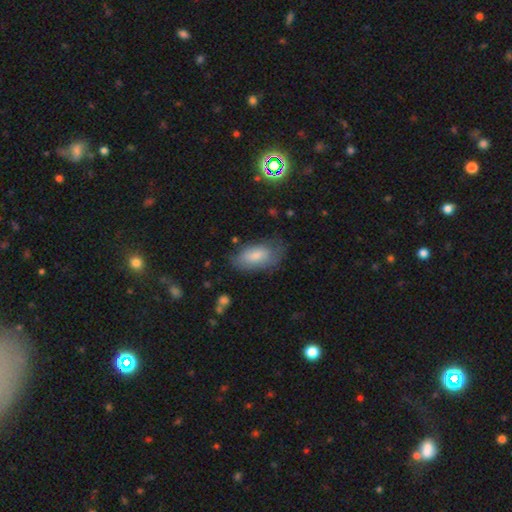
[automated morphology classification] Smooth or featured?
  - smooth: 74% *
  - featured or disk: 19%
  - star or artifact: 7%
How rounded?
  - in between: 92% *
  - cigar-shaped: 5%
  - round: 3%
Merging?
  - none: 59% *
  - minor disturbance: 28%
  - major disturbance: 11%
  - merger: 2%